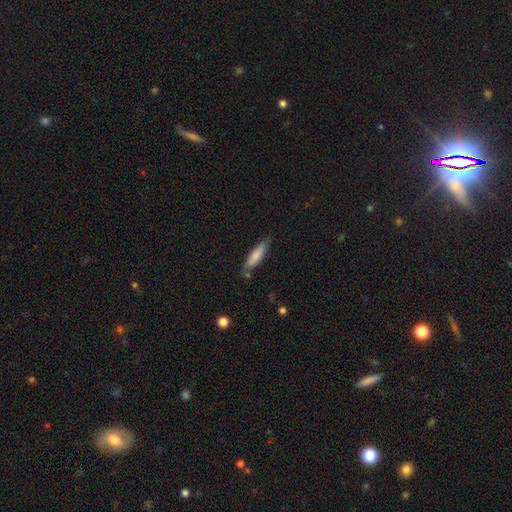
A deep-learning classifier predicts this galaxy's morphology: A smooth galaxy with no disk features (77%) that is cigar-shaped (77%). Merging: none (78%).